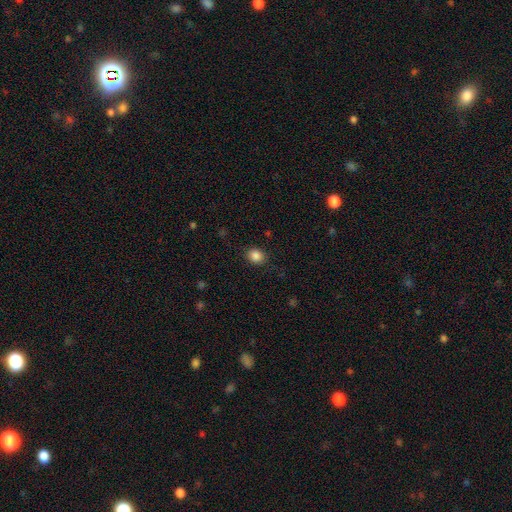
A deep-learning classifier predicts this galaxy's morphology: Smooth or featured? smooth (86%)
How rounded? round (66%)
Merging? none (87%)